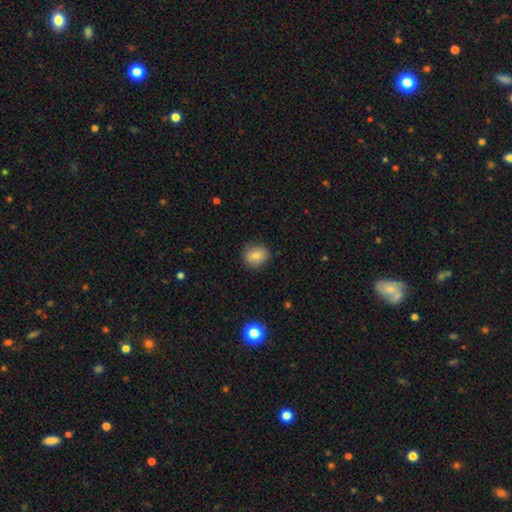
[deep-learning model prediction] A smooth galaxy with no disk features (78%) that is round (83%).

Vote fractions:
- Smooth or featured? smooth: 78% / featured or disk: 12% / star or artifact: 10%
- How rounded? round: 83% / in between: 16% / cigar-shaped: 1%
- Merging? none: 87% / minor disturbance: 10% / major disturbance: 2% / merger: 1%